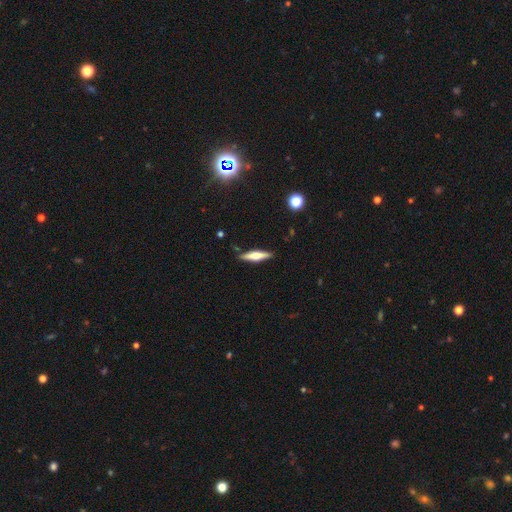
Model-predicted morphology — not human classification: The model was most divided on "smooth or featured": featured or disk: 51%, smooth: 43%, star or artifact: 6%. More confident: edge-on disk — yes (95%); merging — none (87%).